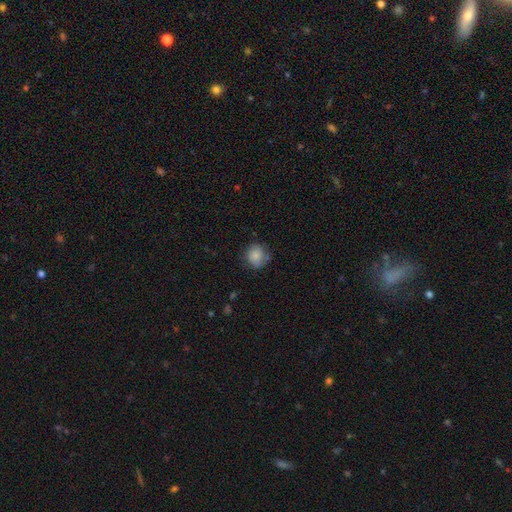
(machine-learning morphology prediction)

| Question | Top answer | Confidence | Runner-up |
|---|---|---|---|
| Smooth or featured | smooth | 78% | featured or disk (14%) |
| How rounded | round | 84% | in between (15%) |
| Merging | none | 70% | minor disturbance (22%) |